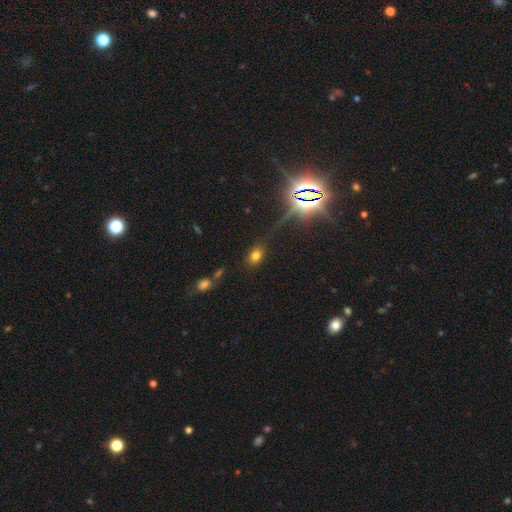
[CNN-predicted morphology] Smooth or featured? Predicted: smooth (p=0.71). How rounded? Predicted: in between (p=0.71). Merging? Predicted: none (p=0.80).